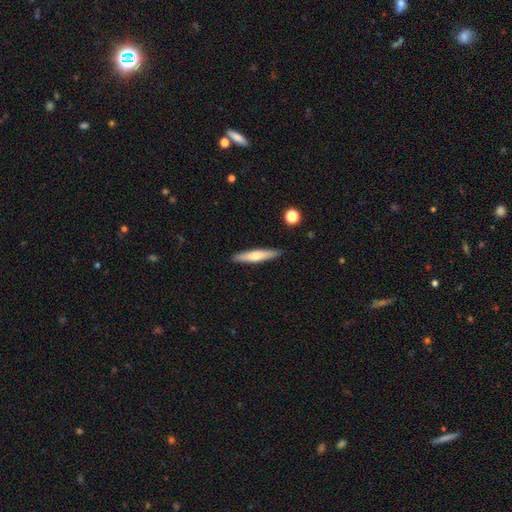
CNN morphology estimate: Smooth or featured? smooth (59%)
How rounded? cigar-shaped (89%)
Merging? none (88%)